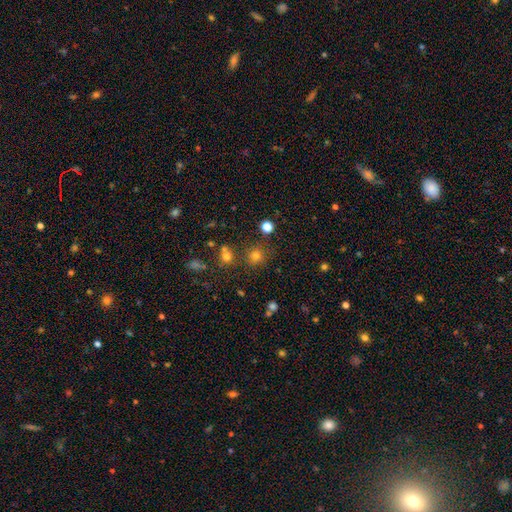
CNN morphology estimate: Smooth or featured?
  - smooth: 74% *
  - star or artifact: 19%
  - featured or disk: 7%
How rounded?
  - round: 91% *
  - in between: 8%
  - cigar-shaped: 1%
Merging?
  - none: 80% *
  - minor disturbance: 9%
  - merger: 8%
  - major disturbance: 3%